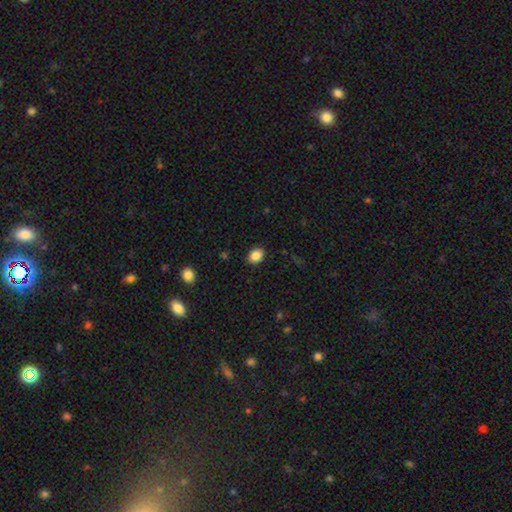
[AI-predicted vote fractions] A smooth galaxy with no disk features (87%) that is in between round and cigar-shaped (68%). Merging: none (88%).